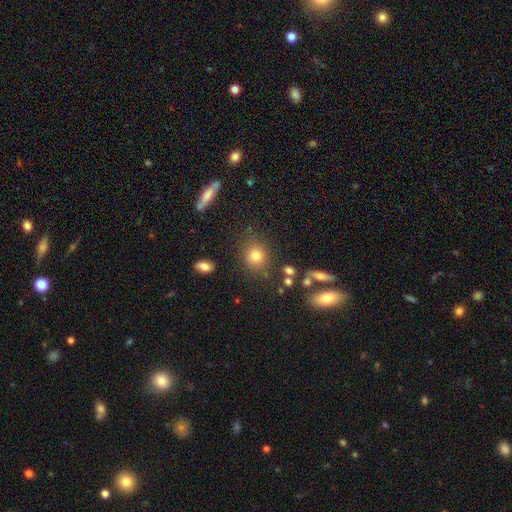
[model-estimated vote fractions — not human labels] smooth 76%, star or artifact 14%, featured or disk 9%. Down the decision tree: how rounded — round (73%); merging — none (79%).